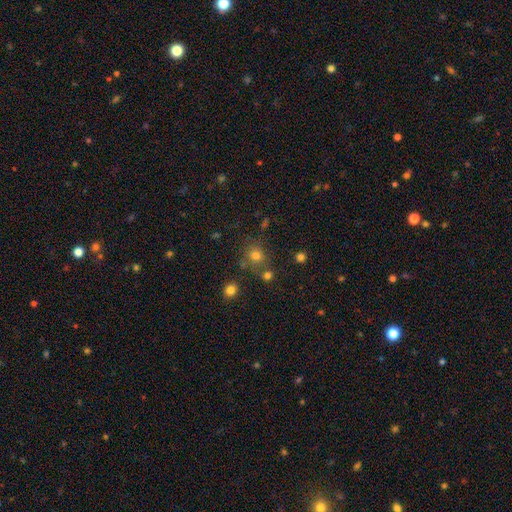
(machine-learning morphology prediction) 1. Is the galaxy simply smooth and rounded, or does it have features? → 71% smooth, 21% star or artifact, 9% featured or disk.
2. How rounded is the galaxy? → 81% round, 18% in between, 1% cigar-shaped.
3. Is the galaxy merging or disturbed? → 70% none, 14% merger, 11% minor disturbance, 5% major disturbance.